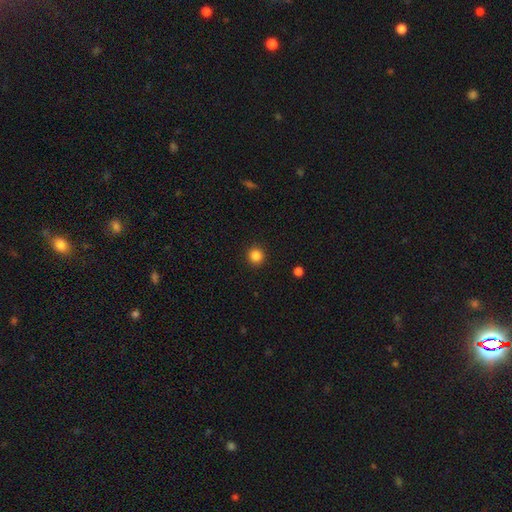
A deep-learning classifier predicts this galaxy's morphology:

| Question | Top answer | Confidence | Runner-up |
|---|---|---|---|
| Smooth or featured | smooth | 86% | star or artifact (11%) |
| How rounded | round | 94% | in between (5%) |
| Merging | none | 92% | minor disturbance (5%) |